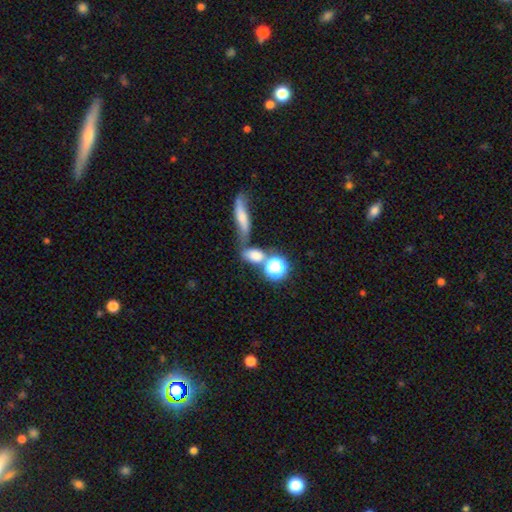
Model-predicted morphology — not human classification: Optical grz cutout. It shows a smooth galaxy with no disk features (71%) that is in between round and cigar-shaped (56%). Merging: none (44%).